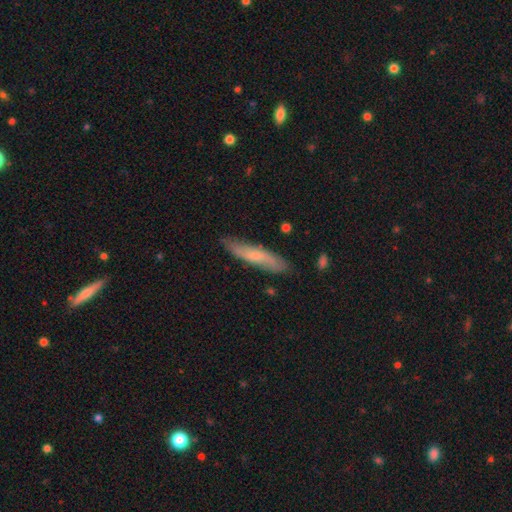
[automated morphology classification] Smooth or featured? Predicted: smooth (p=0.60). How rounded? Predicted: cigar-shaped (p=0.84). Merging? Predicted: none (p=0.81).